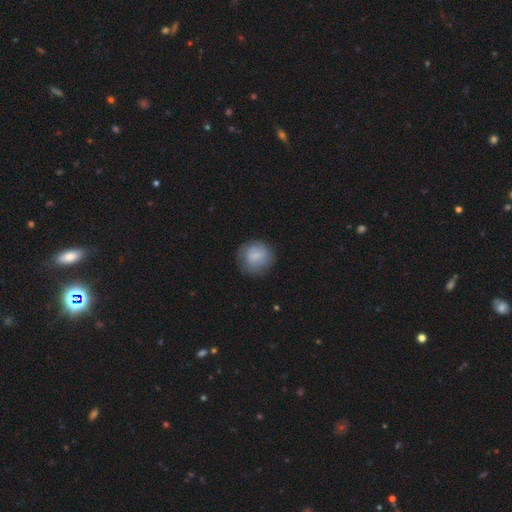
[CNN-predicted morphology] Overall: smooth (71%). How rounded: round (85%). Merging: none (69%).